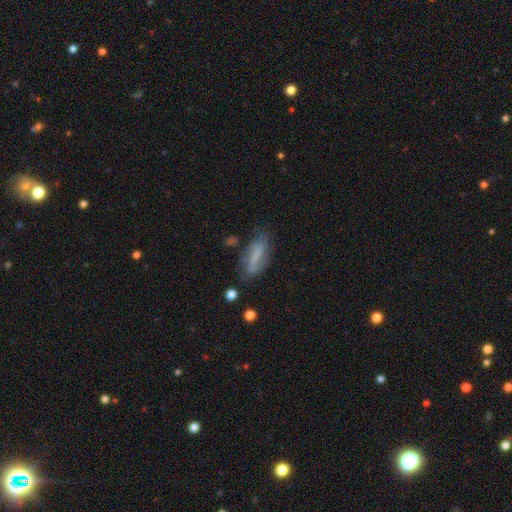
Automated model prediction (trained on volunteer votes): Smooth or featured? smooth (46%)
Merging? none (61%)